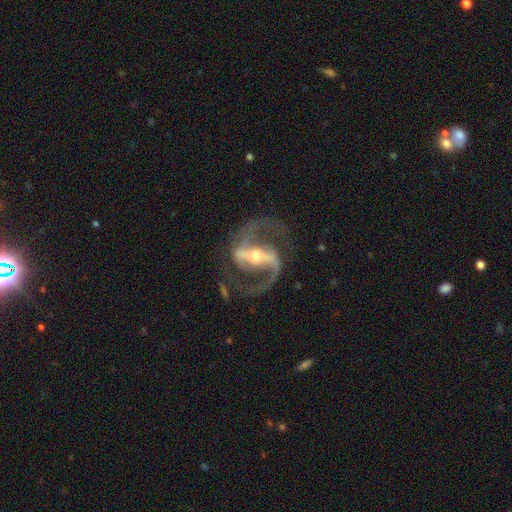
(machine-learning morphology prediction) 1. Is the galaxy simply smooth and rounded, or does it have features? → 93% featured or disk, 4% star or artifact, 3% smooth.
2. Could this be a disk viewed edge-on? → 97% no, 3% yes.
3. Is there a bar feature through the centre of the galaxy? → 71% strong, 21% weak, 8% no.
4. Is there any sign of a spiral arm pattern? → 98% yes, 2% no.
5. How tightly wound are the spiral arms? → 63% medium, 24% loose, 13% tight.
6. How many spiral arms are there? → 94% 2, 2% 1, 1% can't tell, 1% 3, 1% 4, 1% more than 4.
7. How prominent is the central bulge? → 51% moderate, 43% small, 4% large, 2% none, 1% dominant.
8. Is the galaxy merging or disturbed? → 77% none, 12% minor disturbance, 9% major disturbance, 2% merger.